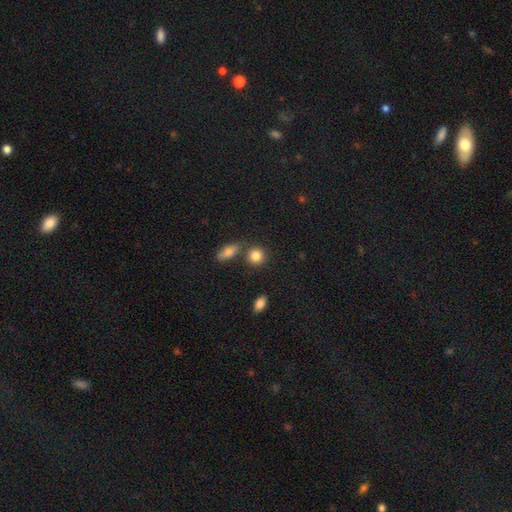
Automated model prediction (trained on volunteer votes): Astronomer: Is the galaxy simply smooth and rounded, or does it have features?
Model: smooth — 84%.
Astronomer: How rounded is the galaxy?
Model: round — 82%.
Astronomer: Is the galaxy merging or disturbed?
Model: none — 73%.